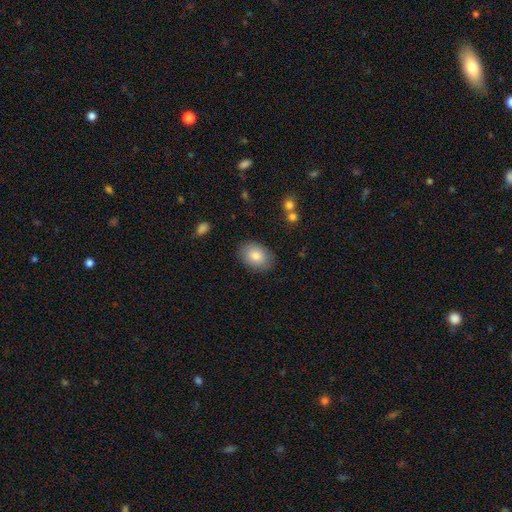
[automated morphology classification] Smooth or featured?
  - smooth: 83% *
  - featured or disk: 11%
  - star or artifact: 7%
How rounded?
  - in between: 82% *
  - round: 17%
  - cigar-shaped: 1%
Merging?
  - none: 86% *
  - minor disturbance: 10%
  - major disturbance: 3%
  - merger: 1%